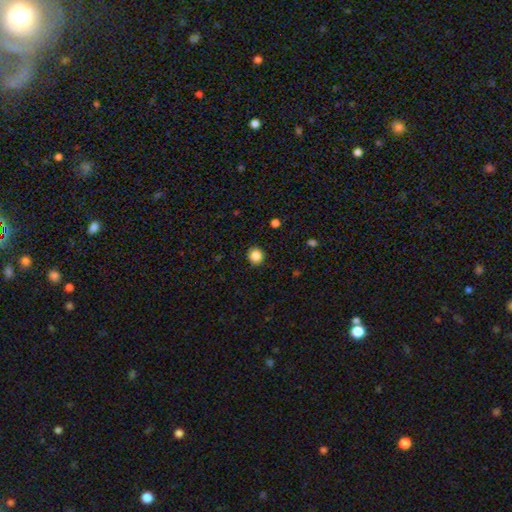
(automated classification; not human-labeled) A smooth galaxy with no disk features (85%) that is round (92%).

Vote fractions:
- Smooth or featured? smooth: 85% / star or artifact: 10% / featured or disk: 5%
- How rounded? round: 92% / in between: 7% / cigar-shaped: 1%
- Merging? none: 91% / minor disturbance: 6% / major disturbance: 2% / merger: 1%